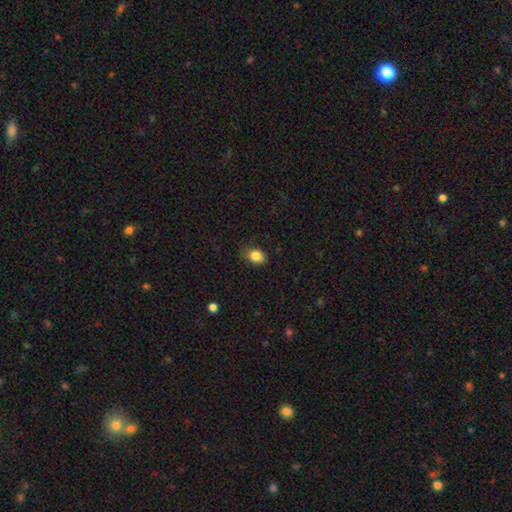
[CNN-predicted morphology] smooth_or_featured: smooth (p=0.84) [alt: star or artifact p=0.09]
how_rounded: in between (p=0.69) [alt: round p=0.29]
merging: none (p=0.75) [alt: minor disturbance p=0.20]